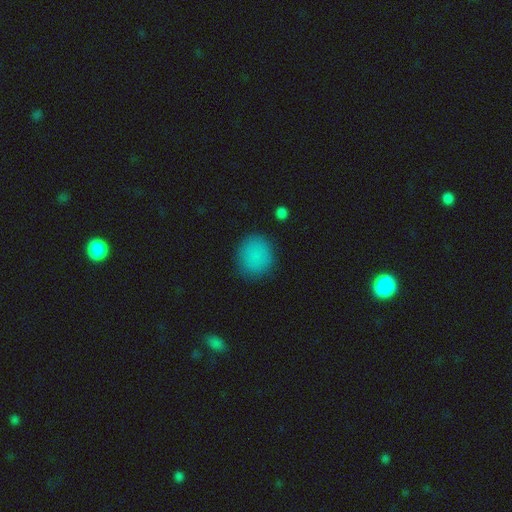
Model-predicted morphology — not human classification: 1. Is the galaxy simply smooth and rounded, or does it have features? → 85% smooth, 10% star or artifact, 5% featured or disk.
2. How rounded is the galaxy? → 77% round, 22% in between, 1% cigar-shaped.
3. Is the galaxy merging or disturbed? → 84% none, 11% minor disturbance, 3% major disturbance, 1% merger.